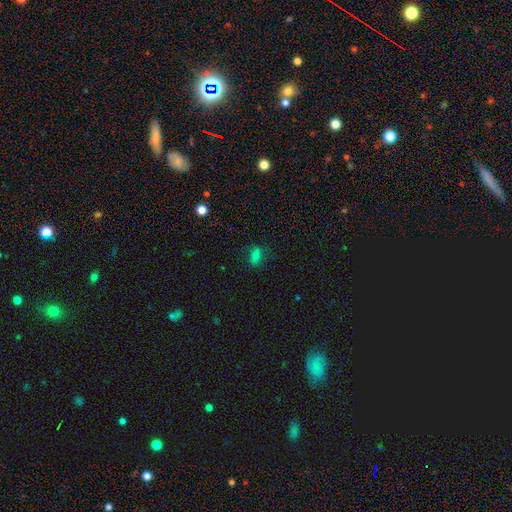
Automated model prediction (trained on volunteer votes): This is likely a smooth galaxy (74%). How rounded: likely in between (80%). Merging: likely none (79%).